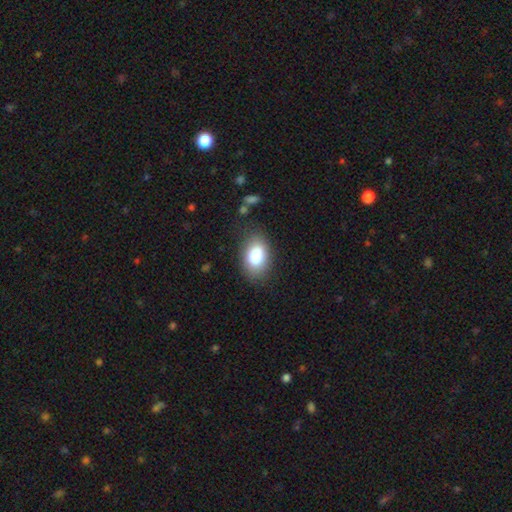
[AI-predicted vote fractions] Q: Smooth or featured?
A: smooth (81%); runner-up: featured or disk (11%)
Q: How rounded?
A: in between (87%); runner-up: round (12%)
Q: Merging?
A: none (81%); runner-up: minor disturbance (13%)